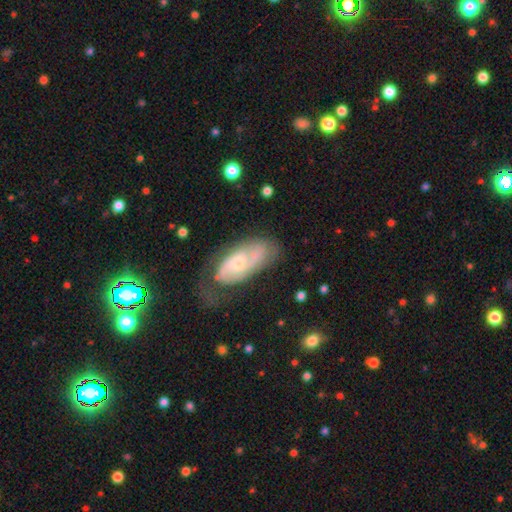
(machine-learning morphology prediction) Smooth or featured? featured or disk (67%)
Edge-on disk? no (93%)
Bar? no (70%)
Spiral arms? yes (86%)
Spiral winding? tight (44%)
Spiral arm count? 2 (45%)
Bulge size? small (53%)
Merging? none (50%)